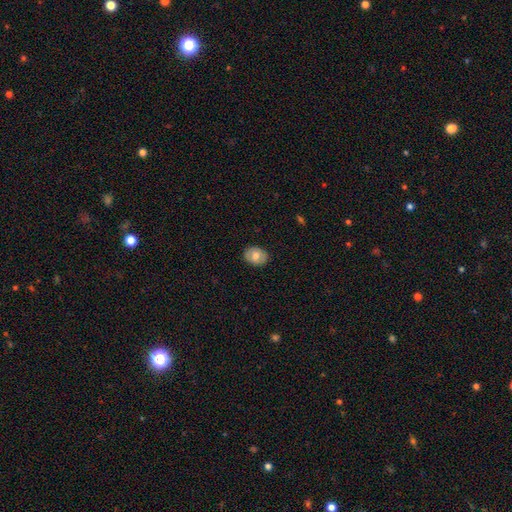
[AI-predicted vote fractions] This is likely a smooth galaxy (68%). How rounded: likely in between (63%). Merging: clearly none (87%).